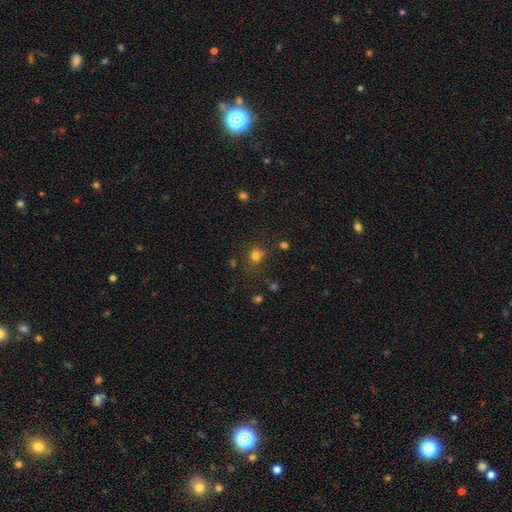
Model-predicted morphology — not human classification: This is likely a smooth galaxy (73%). How rounded: likely round (79%). Merging: likely none (68%).